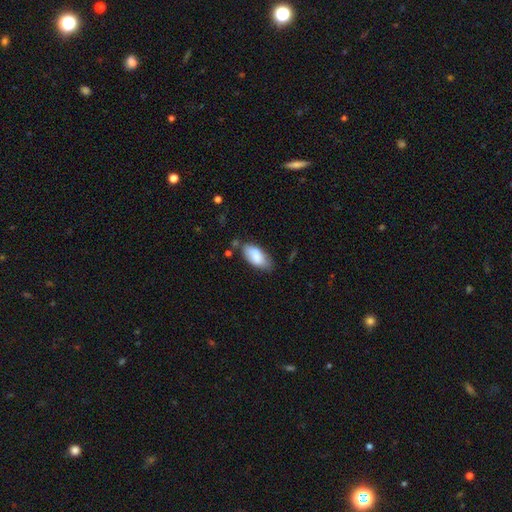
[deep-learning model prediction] This is clearly a smooth galaxy (83%). How rounded: clearly in between (91%). Merging: likely none (61%).